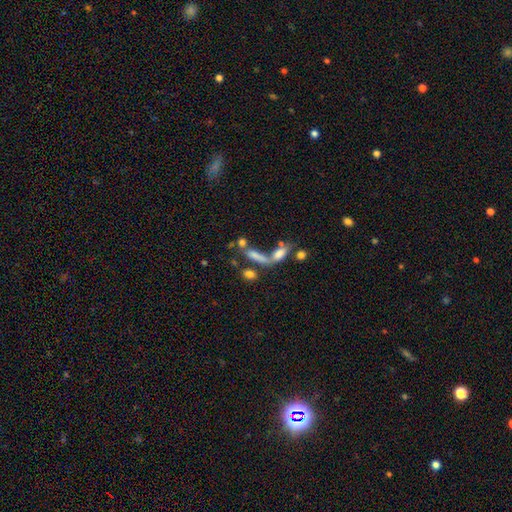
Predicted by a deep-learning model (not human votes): A smooth galaxy with no disk features (68%) that is cigar-shaped (49%). Merging: merger (45%).